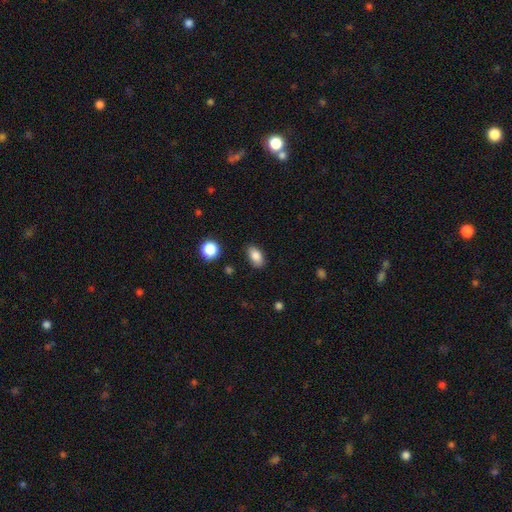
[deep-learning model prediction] Smooth or featured? Predicted: smooth (p=0.85). How rounded? Predicted: in between (p=0.89). Merging? Predicted: none (p=0.84).